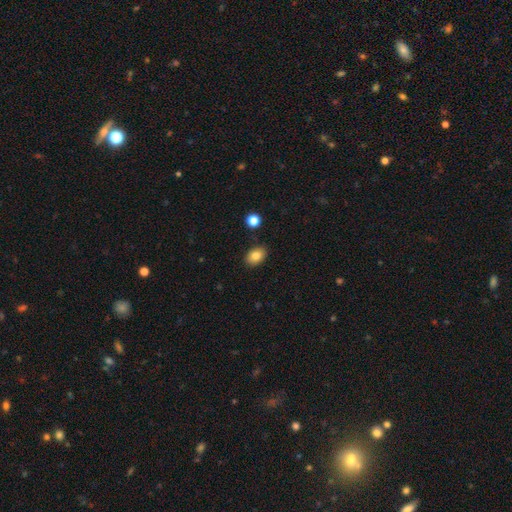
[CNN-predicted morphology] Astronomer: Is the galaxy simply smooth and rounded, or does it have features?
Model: smooth — 82%.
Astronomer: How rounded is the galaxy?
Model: in between — 81%.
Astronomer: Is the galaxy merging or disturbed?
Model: none — 86%.